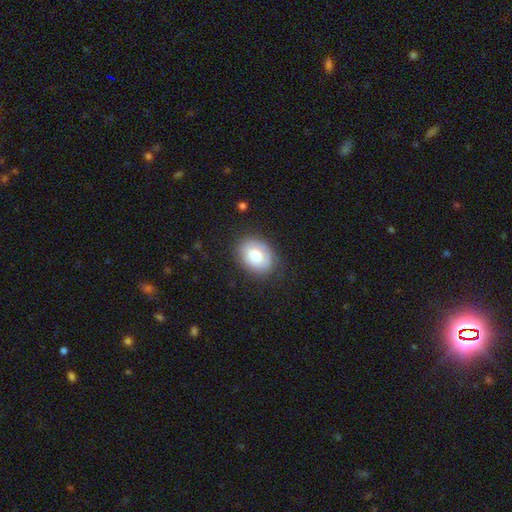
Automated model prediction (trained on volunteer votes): This is likely a smooth galaxy (70%). How rounded: likely in between (64%). Merging: likely none (76%).